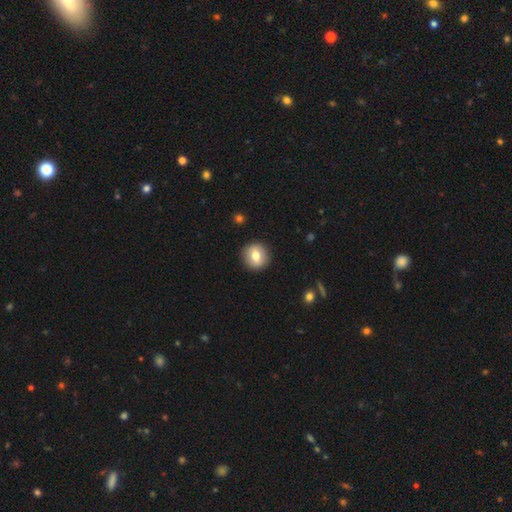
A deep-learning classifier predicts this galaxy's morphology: This appears to be a smooth galaxy with no disk features (74%) that is round (91%). Merging: none (91%).